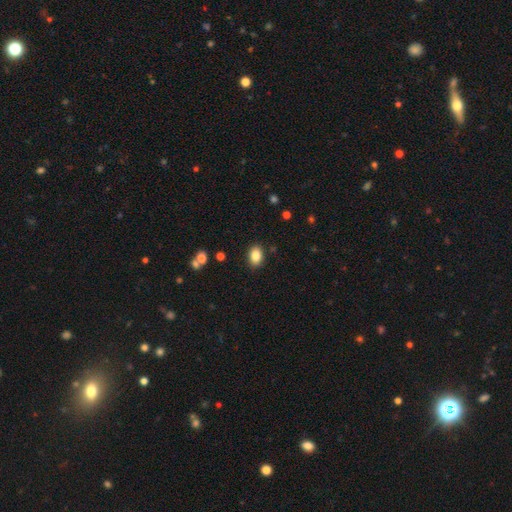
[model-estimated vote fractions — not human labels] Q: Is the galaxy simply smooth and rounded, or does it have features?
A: smooth — 85%.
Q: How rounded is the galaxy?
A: in between — 83%.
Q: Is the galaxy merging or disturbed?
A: none — 87%.